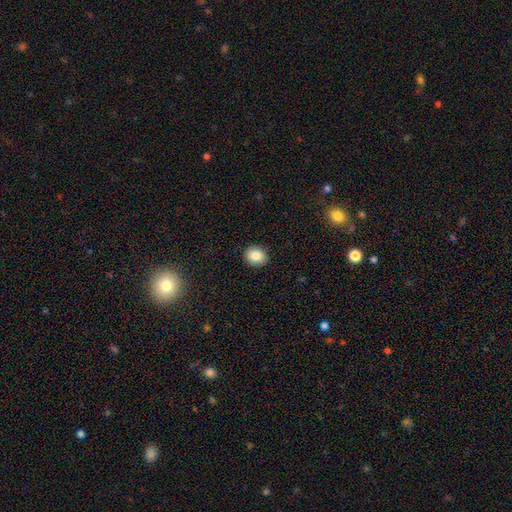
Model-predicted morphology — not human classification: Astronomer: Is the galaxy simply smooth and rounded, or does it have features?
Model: smooth — 86%.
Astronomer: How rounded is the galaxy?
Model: round — 67%.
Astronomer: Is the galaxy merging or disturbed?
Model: none — 90%.